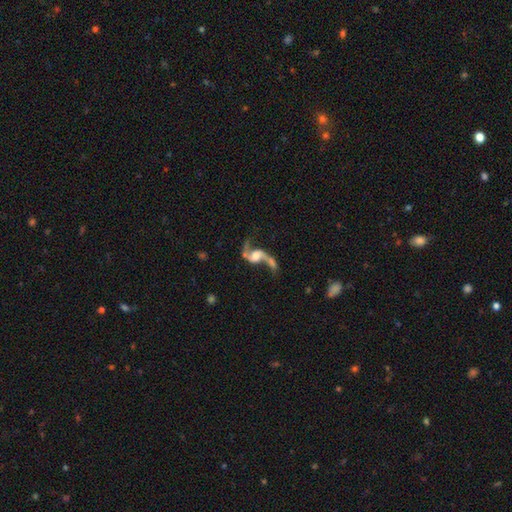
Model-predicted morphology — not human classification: Smooth or featured?
  - featured or disk: 85% *
  - smooth: 8%
  - star or artifact: 7%
Edge-on disk?
  - no: 96% *
  - yes: 4%
Bar?
  - no: 48% *
  - weak: 37%
  - strong: 15%
Spiral arms?
  - yes: 93% *
  - no: 7%
Spiral winding?
  - loose: 85% *
  - medium: 12%
  - tight: 3%
Spiral arm count?
  - 2: 89% *
  - 1: 6%
  - can't tell: 2%
  - 3: 1%
  - 4: 1%
  - more than 4: 1%
Bulge size?
  - moderate: 40% *
  - large: 22%
  - small: 21%
  - none: 12%
  - dominant: 3%
Merging?
  - none: 41% *
  - merger: 27%
  - major disturbance: 19%
  - minor disturbance: 14%